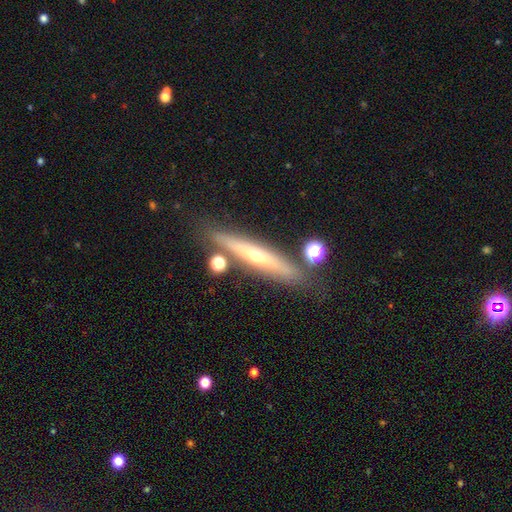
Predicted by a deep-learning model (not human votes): Morphology: type=featured or disk (63%); edge-on=yes (88%); edge-on bulge=rounded (79%); merging=none (81%).